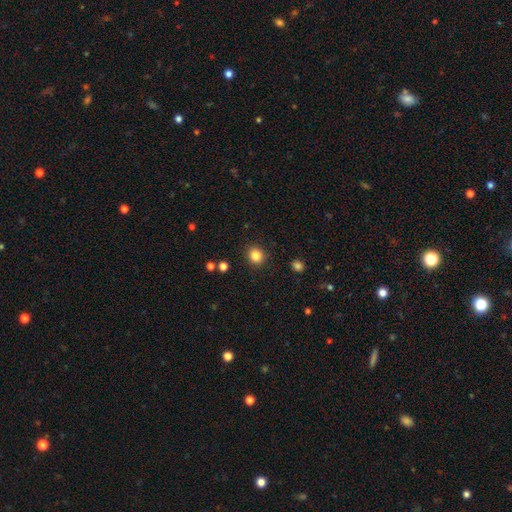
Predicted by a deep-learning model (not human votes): A smooth galaxy with no disk features (84%) that is round (86%). Merging: none (90%).